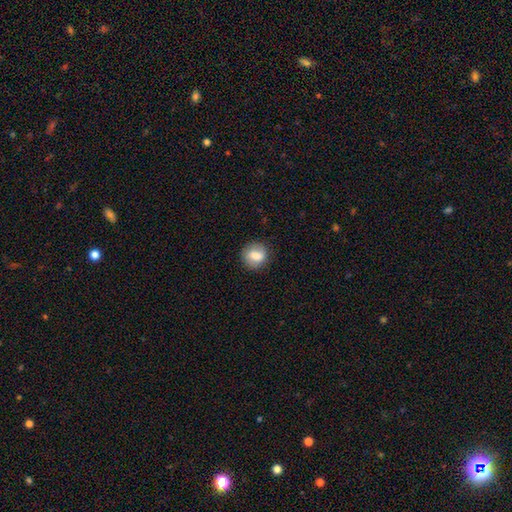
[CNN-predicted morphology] A smooth galaxy with no disk features (75%) that is round (80%).

Vote fractions:
- Smooth or featured? smooth: 75% / featured or disk: 17% / star or artifact: 8%
- How rounded? round: 80% / in between: 18% / cigar-shaped: 1%
- Merging? none: 84% / minor disturbance: 11% / major disturbance: 3% / merger: 1%